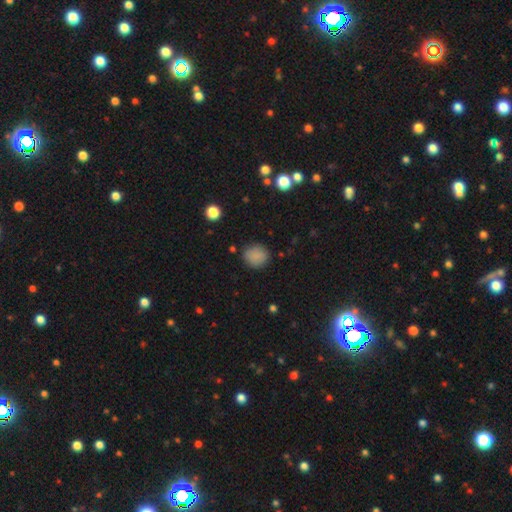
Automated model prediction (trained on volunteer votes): Overall: smooth (86%). How rounded: round (80%). Merging: none (84%).